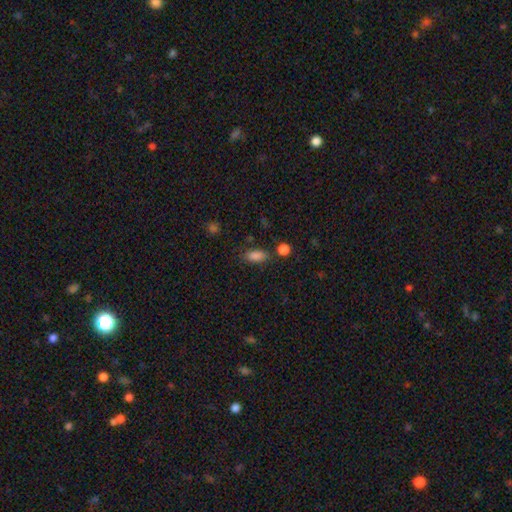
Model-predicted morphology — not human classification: Smooth or featured: smooth — 86% (star or artifact — 9%)
How rounded: in between — 87% (cigar-shaped — 8%)
Merging: none — 74% (minor disturbance — 15%)